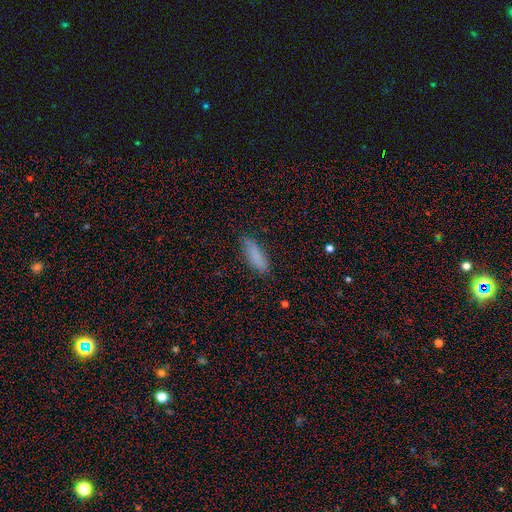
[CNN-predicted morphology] Smooth or featured? smooth (82%)
How rounded? in between (59%)
Merging? none (77%)